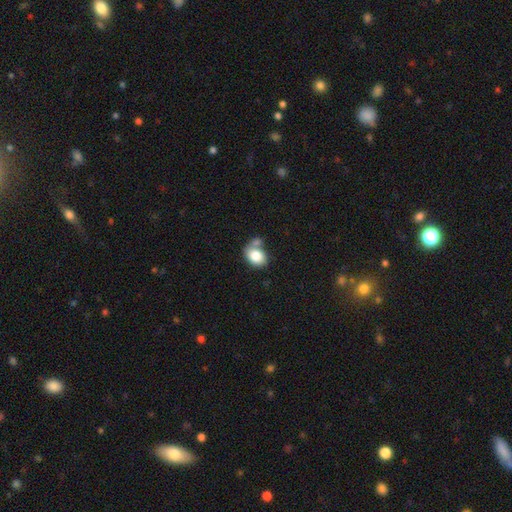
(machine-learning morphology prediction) smooth_or_featured: smooth (p=0.81) [alt: featured or disk p=0.11]
how_rounded: in between (p=0.63) [alt: round p=0.36]
merging: none (p=0.39) [alt: merger p=0.36]